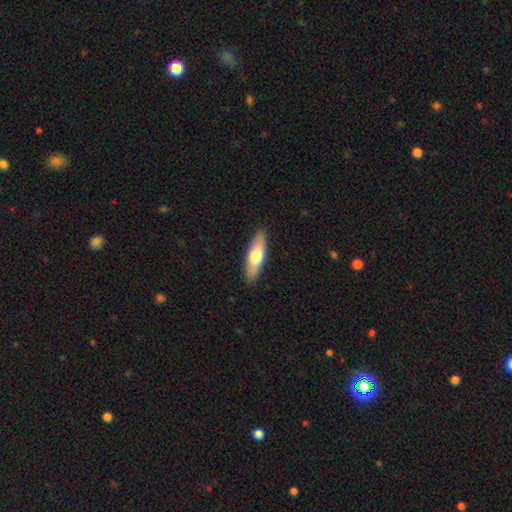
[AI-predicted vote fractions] Smooth or featured? Predicted: smooth (p=0.67). How rounded? Predicted: cigar-shaped (p=0.52). Merging? Predicted: none (p=0.89).